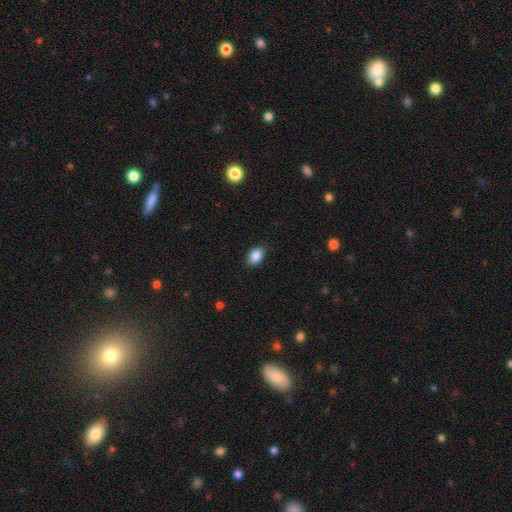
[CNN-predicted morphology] Smooth or featured: smooth — 88% (star or artifact — 8%)
How rounded: in between — 86% (round — 13%)
Merging: none — 87% (minor disturbance — 10%)